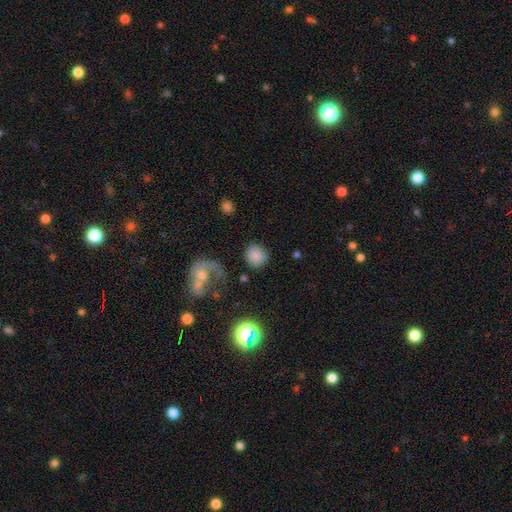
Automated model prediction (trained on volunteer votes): The model was most divided on "merging": none: 70%, minor disturbance: 14%, major disturbance: 9%, merger: 6%. More confident: how rounded — round (84%); smooth or featured — smooth (76%).